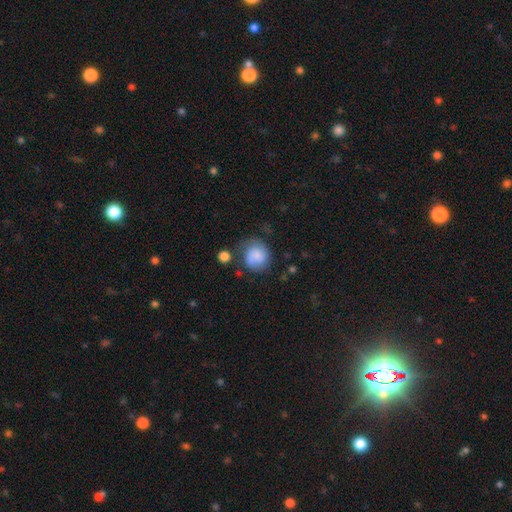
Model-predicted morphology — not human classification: Smooth or featured: smooth — 59% (featured or disk — 32%)
How rounded: round — 78% (in between — 22%)
Merging: none — 56% (minor disturbance — 24%)